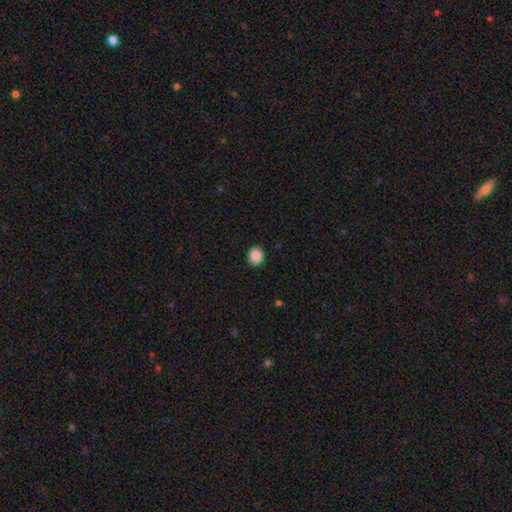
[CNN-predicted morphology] Q: Smooth or featured?
A: smooth (88%); runner-up: star or artifact (9%)
Q: How rounded?
A: round (74%); runner-up: in between (25%)
Q: Merging?
A: none (91%); runner-up: minor disturbance (6%)